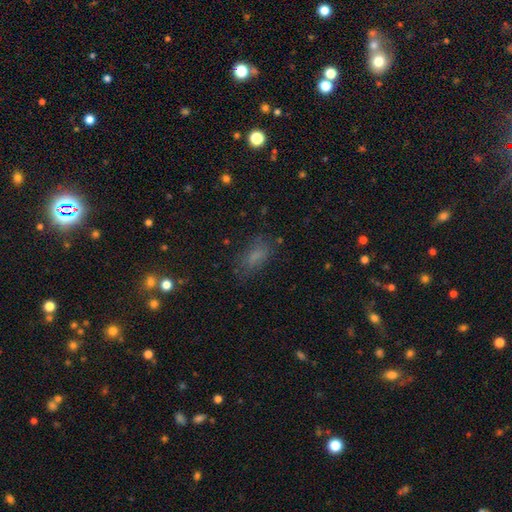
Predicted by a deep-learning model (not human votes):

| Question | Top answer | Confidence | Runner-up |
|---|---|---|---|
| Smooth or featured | smooth | 72% | star or artifact (16%) |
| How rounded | in between | 82% | cigar-shaped (12%) |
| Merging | none | 70% | minor disturbance (18%) |